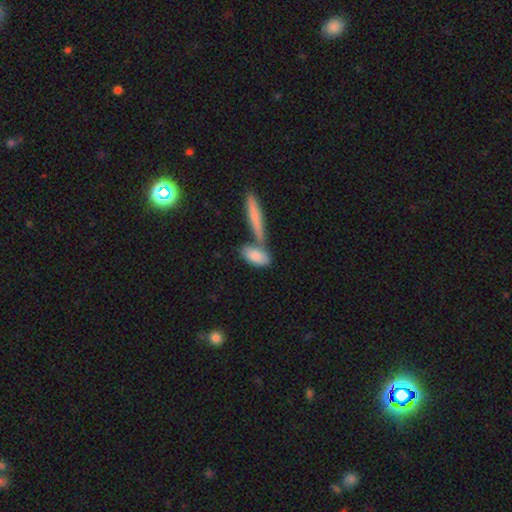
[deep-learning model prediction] Smooth or featured? Predicted: smooth (p=0.80). How rounded? Predicted: in between (p=0.74). Merging? Predicted: none (p=0.49).